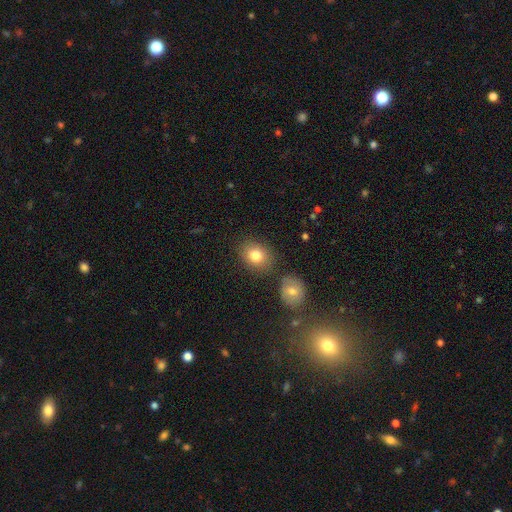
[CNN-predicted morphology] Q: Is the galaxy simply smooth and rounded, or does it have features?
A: smooth — 81%.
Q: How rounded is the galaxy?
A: in between — 50%.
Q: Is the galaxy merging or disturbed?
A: none — 77%.